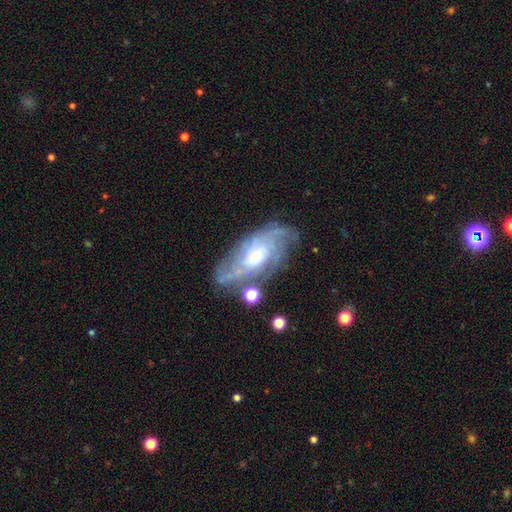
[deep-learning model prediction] Q: Smooth or featured?
A: featured or disk (82%); runner-up: smooth (11%)
Q: Edge-on disk?
A: no (94%); runner-up: yes (6%)
Q: Bar?
A: no (67%); runner-up: weak (27%)
Q: Spiral arms?
A: yes (94%); runner-up: no (6%)
Q: Spiral winding?
A: tight (58%); runner-up: medium (33%)
Q: Spiral arm count?
A: can't tell (37%); runner-up: 3 (18%)
Q: Bulge size?
A: small (60%); runner-up: moderate (32%)
Q: Merging?
A: none (67%); runner-up: minor disturbance (19%)